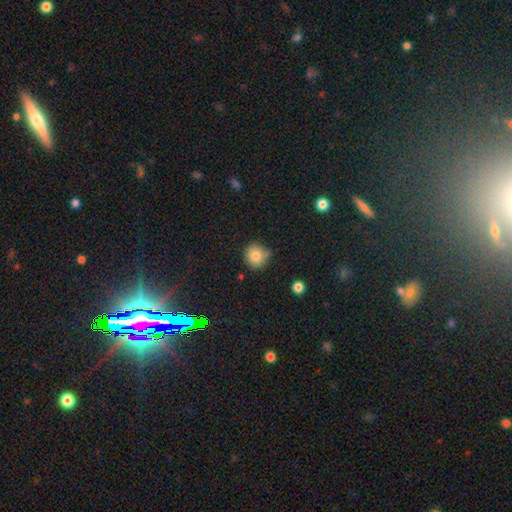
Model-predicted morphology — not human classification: smooth-or-featured: smooth: 81% | star or artifact: 11% | featured or disk: 8%
  how-rounded: round: 89% | in between: 10% | cigar-shaped: 1%
  merging: none: 74% | minor disturbance: 16% | merger: 7% | major disturbance: 3%